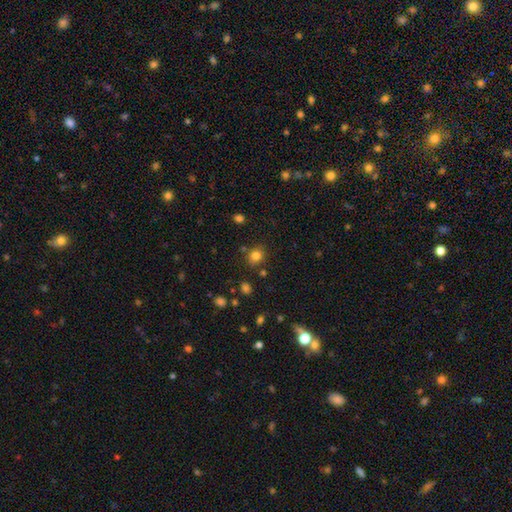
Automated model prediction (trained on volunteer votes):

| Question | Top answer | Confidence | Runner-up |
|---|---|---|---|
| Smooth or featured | smooth | 80% | star or artifact (14%) |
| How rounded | round | 74% | in between (25%) |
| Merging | none | 79% | minor disturbance (12%) |